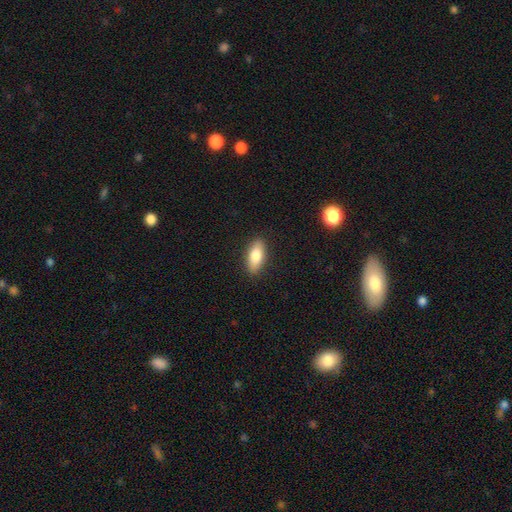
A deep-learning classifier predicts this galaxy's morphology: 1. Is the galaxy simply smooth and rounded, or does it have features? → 79% smooth, 14% featured or disk, 7% star or artifact.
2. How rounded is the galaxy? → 81% in between, 16% cigar-shaped, 3% round.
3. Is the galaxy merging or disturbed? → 88% none, 9% minor disturbance, 2% major disturbance, 1% merger.